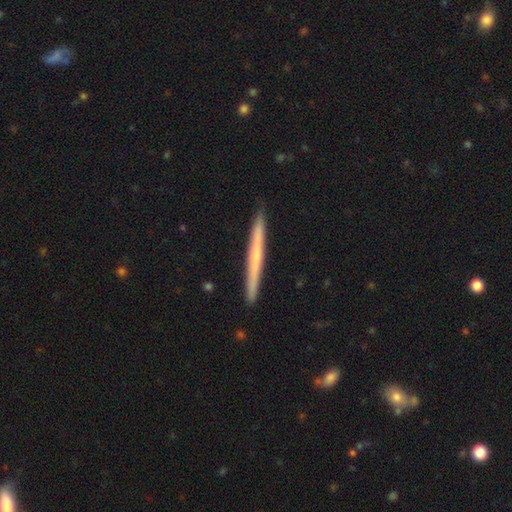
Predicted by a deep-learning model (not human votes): A featured or disk galaxy (49%). Merging: none (92%).